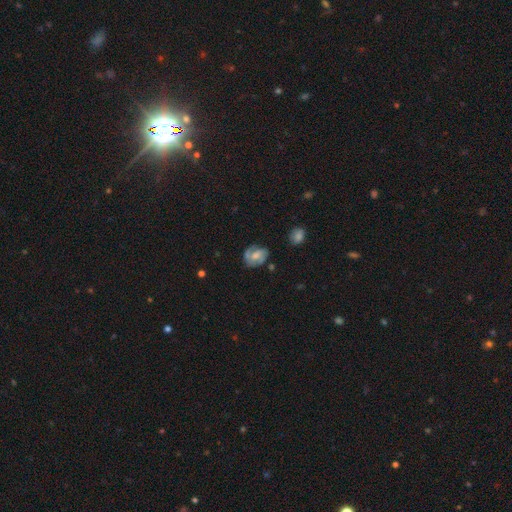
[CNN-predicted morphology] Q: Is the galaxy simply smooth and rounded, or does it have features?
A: featured or disk — 62%.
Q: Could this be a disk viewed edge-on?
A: no — 97%.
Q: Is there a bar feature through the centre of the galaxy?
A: no — 53%.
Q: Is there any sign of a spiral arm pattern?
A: yes — 84%.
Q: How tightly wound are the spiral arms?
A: medium — 44%.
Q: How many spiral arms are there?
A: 2 — 60%.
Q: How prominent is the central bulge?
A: moderate — 50%.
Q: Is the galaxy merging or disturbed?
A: none — 61%.